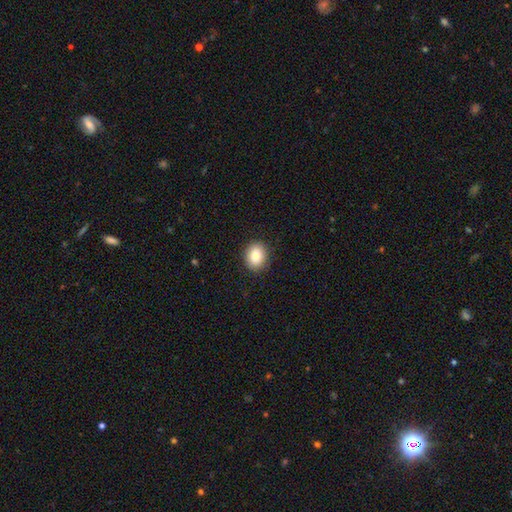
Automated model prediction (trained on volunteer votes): Smooth or featured? Predicted: smooth (p=0.84). How rounded? Predicted: in between (p=0.51). Merging? Predicted: none (p=0.90).